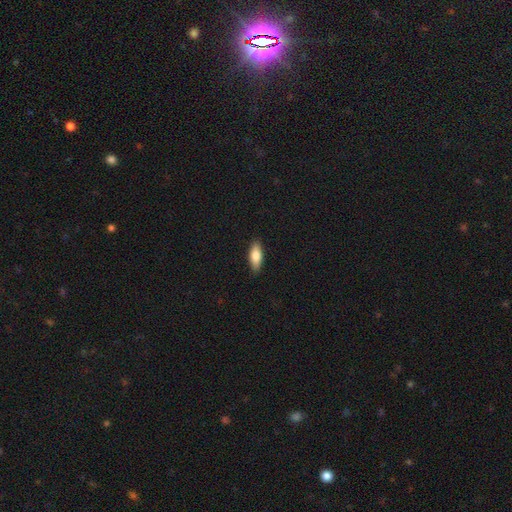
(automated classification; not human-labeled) Smooth or featured? smooth (76%)
How rounded? in between (68%)
Merging? none (88%)